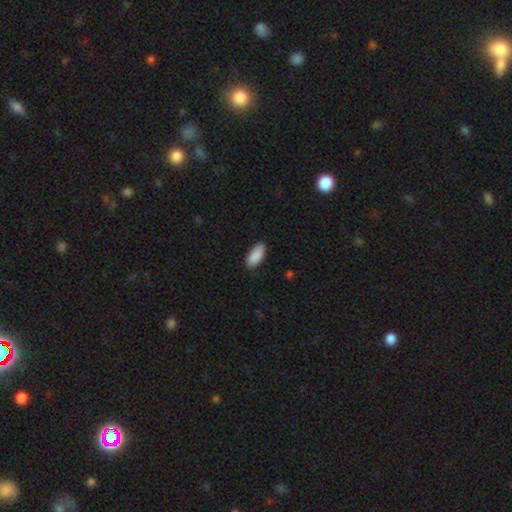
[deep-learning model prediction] smooth_or_featured: smooth (p=0.90) [alt: star or artifact p=0.06]
how_rounded: in between (p=0.85) [alt: cigar-shaped p=0.13]
merging: none (p=0.82) [alt: minor disturbance p=0.15]